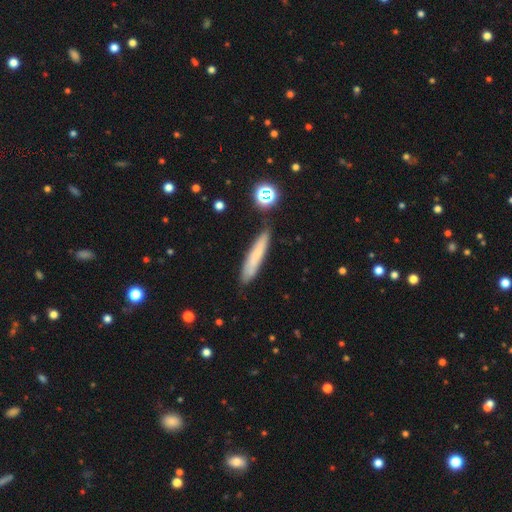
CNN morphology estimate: This appears to be a smooth galaxy with no disk features (65%) that is cigar-shaped (91%). Merging: none (81%).